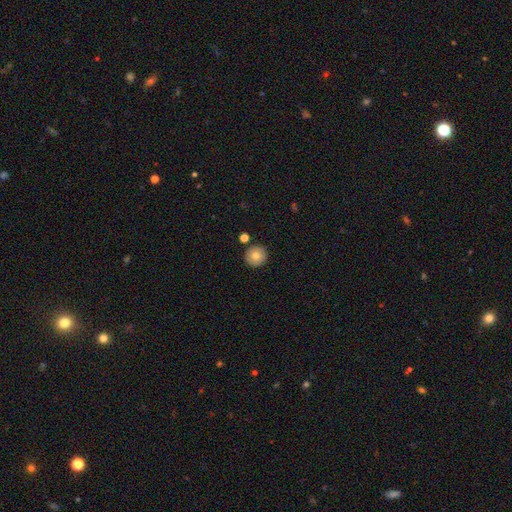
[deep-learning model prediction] Smooth or featured?
  - smooth: 77% *
  - featured or disk: 14%
  - star or artifact: 9%
How rounded?
  - round: 95% *
  - in between: 4%
  - cigar-shaped: 1%
Merging?
  - none: 88% *
  - minor disturbance: 6%
  - merger: 4%
  - major disturbance: 2%